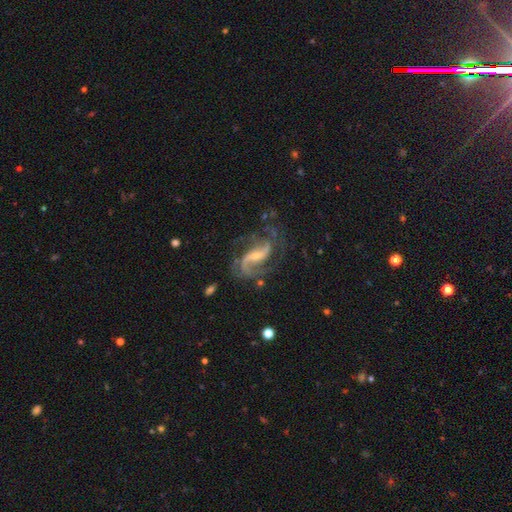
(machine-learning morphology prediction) featured or disk 88%, star or artifact 7%, smooth 5%. Down the decision tree: edge-on disk — no (96%); bar — weak (46%); spiral arms — yes (96%); spiral arm count — 2 (78%); spiral winding — medium (44%, tied with loose); bulge size — small (60%); merging — none (62%).